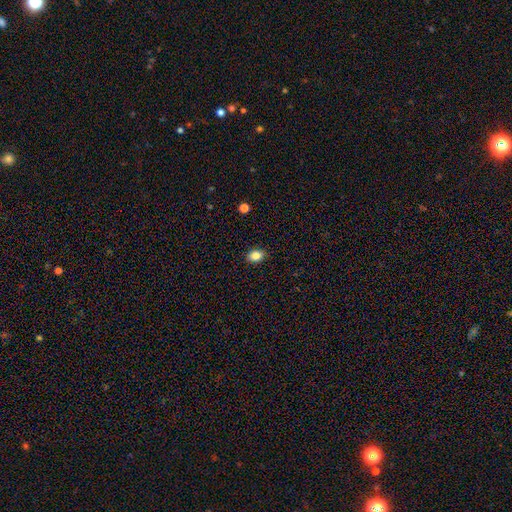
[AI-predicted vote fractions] Smooth or featured?
  - smooth: 85% *
  - star or artifact: 10%
  - featured or disk: 6%
How rounded?
  - in between: 76% *
  - round: 23%
  - cigar-shaped: 1%
Merging?
  - none: 88% *
  - minor disturbance: 9%
  - major disturbance: 2%
  - merger: 1%